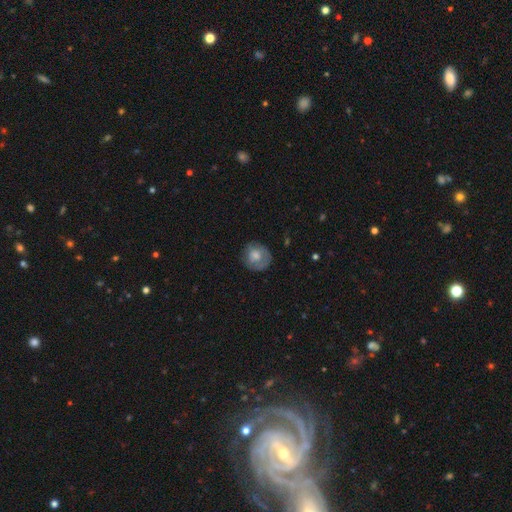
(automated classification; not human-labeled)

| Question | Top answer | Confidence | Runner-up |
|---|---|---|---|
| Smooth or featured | smooth | 67% | featured or disk (26%) |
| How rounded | round | 85% | in between (14%) |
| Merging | none | 70% | minor disturbance (21%) |